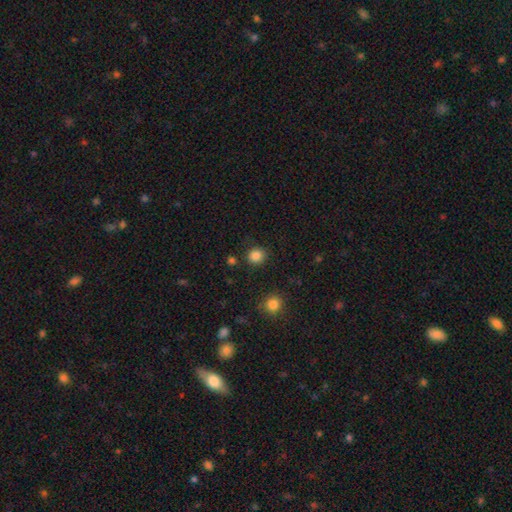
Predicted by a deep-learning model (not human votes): Smooth or featured?
  - smooth: 85% *
  - star or artifact: 11%
  - featured or disk: 3%
How rounded?
  - round: 86% *
  - in between: 13%
  - cigar-shaped: 1%
Merging?
  - none: 87% *
  - minor disturbance: 7%
  - major disturbance: 3%
  - merger: 3%